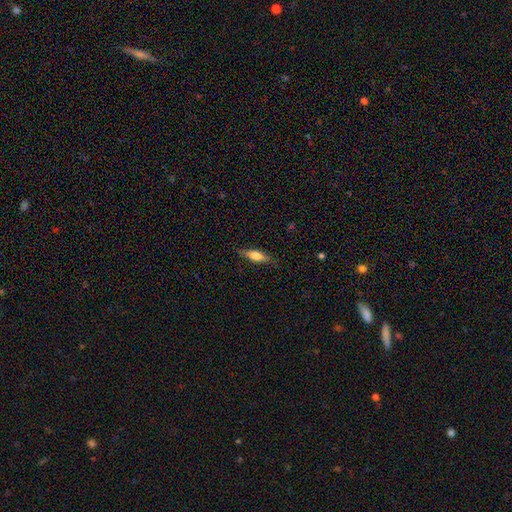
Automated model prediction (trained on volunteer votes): Smooth or featured: smooth — 60% (featured or disk — 33%)
How rounded: cigar-shaped — 51% (in between — 46%)
Merging: none — 83% (minor disturbance — 13%)